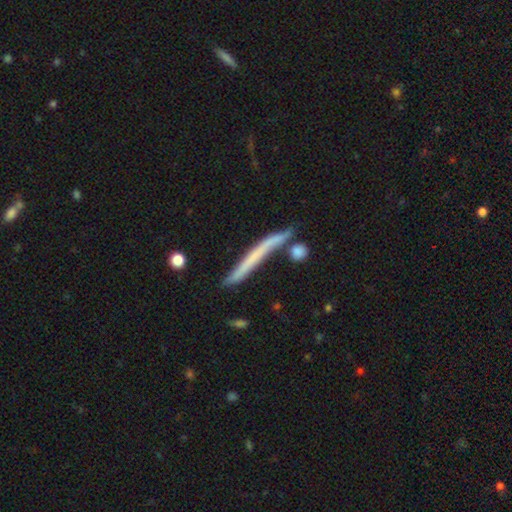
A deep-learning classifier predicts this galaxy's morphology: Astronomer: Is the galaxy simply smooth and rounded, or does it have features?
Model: smooth — 47% (runner-up: featured or disk, 46%).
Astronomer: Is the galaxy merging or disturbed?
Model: none — 67%.